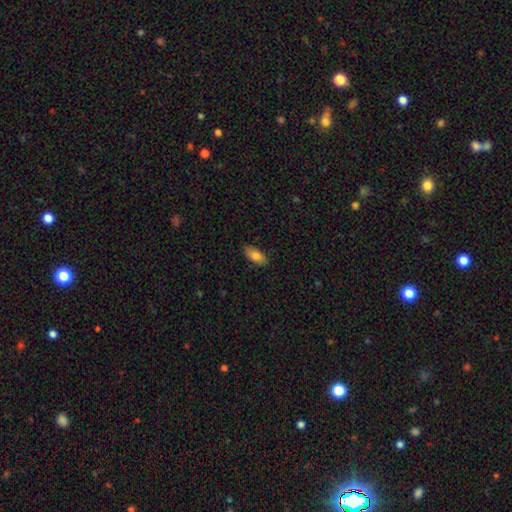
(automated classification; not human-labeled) The model was most divided on "smooth or featured": smooth: 81%, featured or disk: 12%, star or artifact: 7%. More confident: how rounded — in between (89%); merging — none (84%).